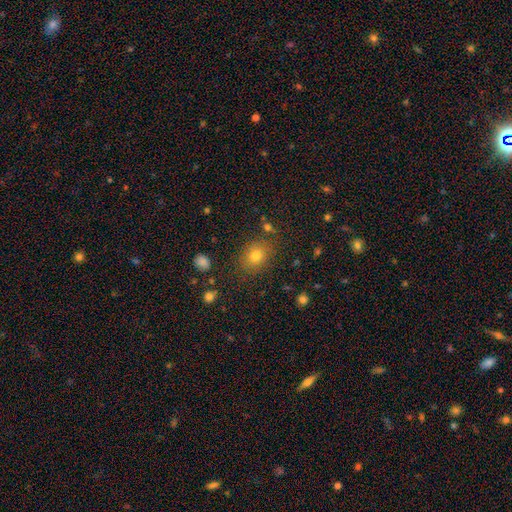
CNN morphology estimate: type=smooth (75%); roundness=round (53%); merging=none (82%).